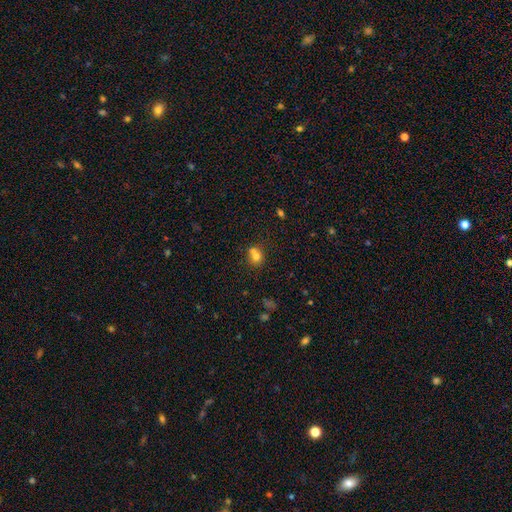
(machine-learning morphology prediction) smooth-or-featured: smooth: 71% | featured or disk: 16% | star or artifact: 13%
  how-rounded: round: 67% | in between: 32% | cigar-shaped: 1%
  merging: merger: 49% | none: 36% | minor disturbance: 11% | major disturbance: 4%